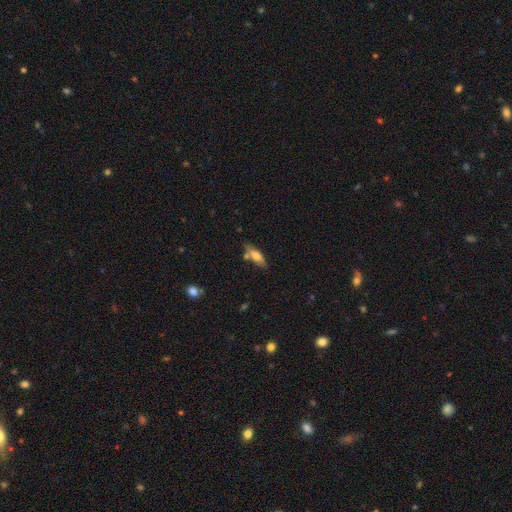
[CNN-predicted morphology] A smooth galaxy with no disk features (71%) that is in between round and cigar-shaped (67%).

Vote fractions:
- Smooth or featured? smooth: 71% / featured or disk: 21% / star or artifact: 7%
- How rounded? in between: 67% / cigar-shaped: 31% / round: 3%
- Merging? none: 62% / minor disturbance: 20% / merger: 13% / major disturbance: 5%